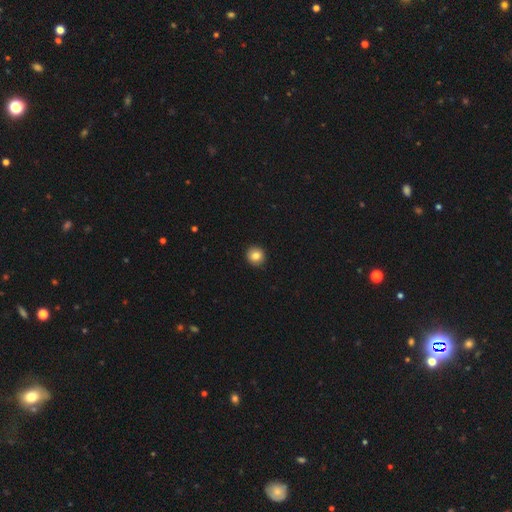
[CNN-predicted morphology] type=smooth (84%); roundness=round (93%); merging=none (92%).